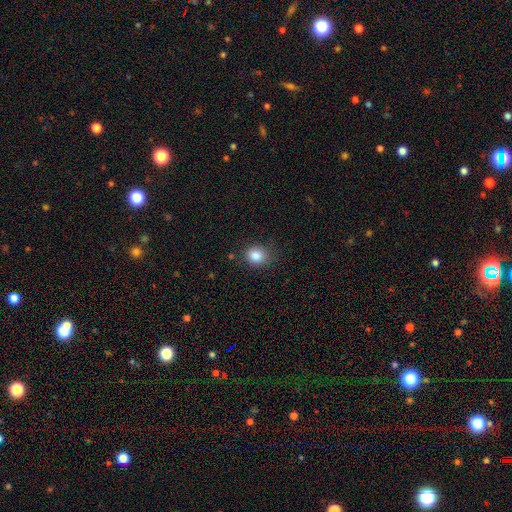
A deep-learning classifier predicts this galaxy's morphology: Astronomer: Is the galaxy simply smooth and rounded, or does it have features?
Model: smooth — 85%.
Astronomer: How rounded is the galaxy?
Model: round — 68%.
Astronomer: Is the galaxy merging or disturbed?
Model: none — 79%.